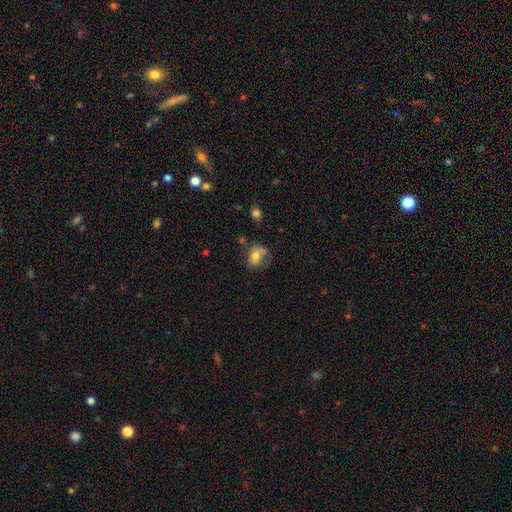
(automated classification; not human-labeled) Smooth or featured? smooth (69%)
How rounded? in between (66%)
Merging? none (41%)